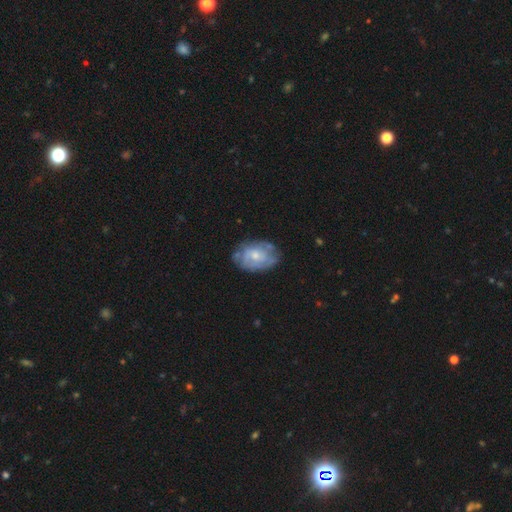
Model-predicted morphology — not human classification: type=featured or disk (54%); edge-on=no (96%); bar=no (82%); spiral arms=no (52%); bulge=small (50%); merging=none (62%).